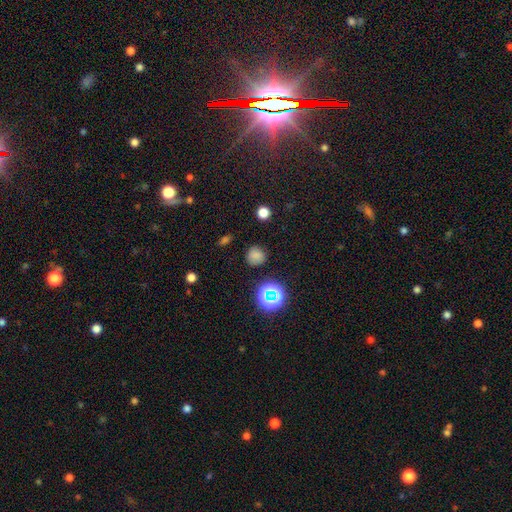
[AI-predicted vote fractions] A smooth galaxy with no disk features (75%) that is round (90%). Merging: none (84%).